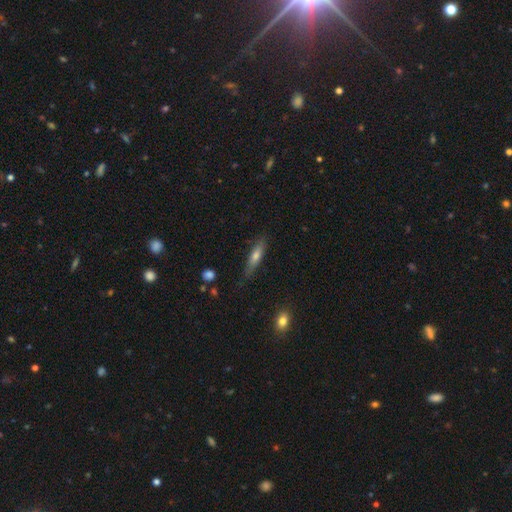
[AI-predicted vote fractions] This appears to be a smooth galaxy with no disk features (60%) that is cigar-shaped (75%). Merging: none (74%).